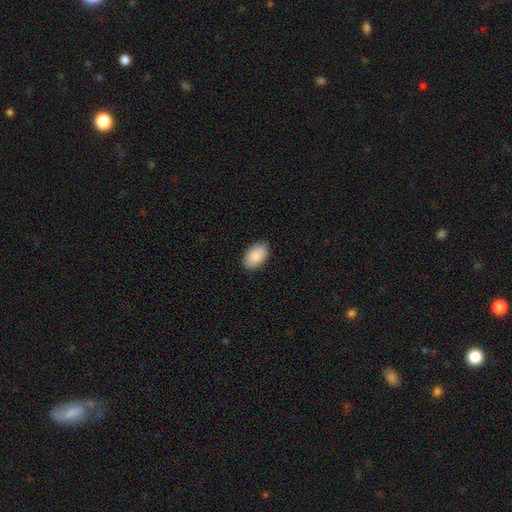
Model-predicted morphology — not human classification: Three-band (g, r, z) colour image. It shows a smooth galaxy with no disk features (89%) that is in between round and cigar-shaped (94%). Merging: none (88%).